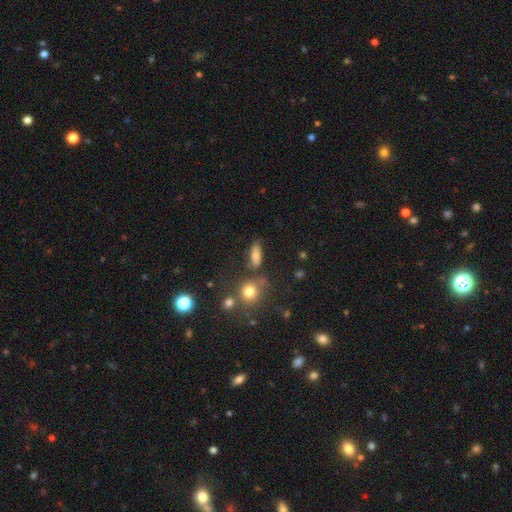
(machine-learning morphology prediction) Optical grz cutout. It shows a smooth galaxy with no disk features (76%) that is in between round and cigar-shaped (68%). Merging: none (64%).